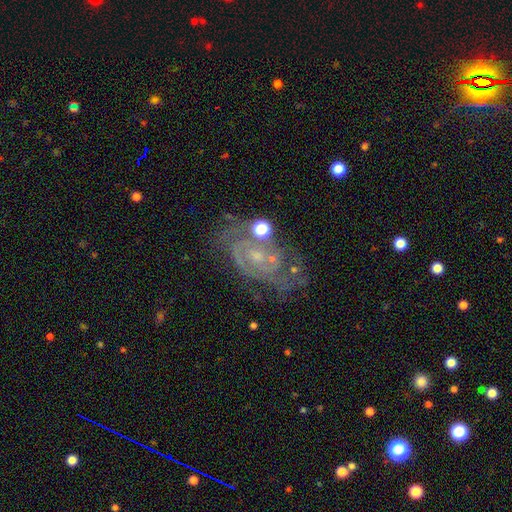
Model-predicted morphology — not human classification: A featured or disk galaxy (81%) with no bar (61%), 2 (48%) tight (54%) spiral arms (92%) and a small central bulge (69%).

Vote fractions:
- Smooth or featured? featured or disk: 81% / star or artifact: 10% / smooth: 9%
- Edge-on disk? no: 97% / yes: 3%
- Bar? no: 61% / weak: 32% / strong: 8%
- Spiral arms? yes: 92% / no: 8%
- Spiral winding? tight: 54% / medium: 36% / loose: 10%
- Spiral arm count? 2: 48% / can't tell: 26% / 3: 12% / 1: 5% / 4: 5% / more than 4: 4%
- Bulge size? small: 69% / moderate: 20% / none: 9% / large: 2% / dominant: 1%
- Merging? none: 60% / minor disturbance: 20% / major disturbance: 13% / merger: 7%